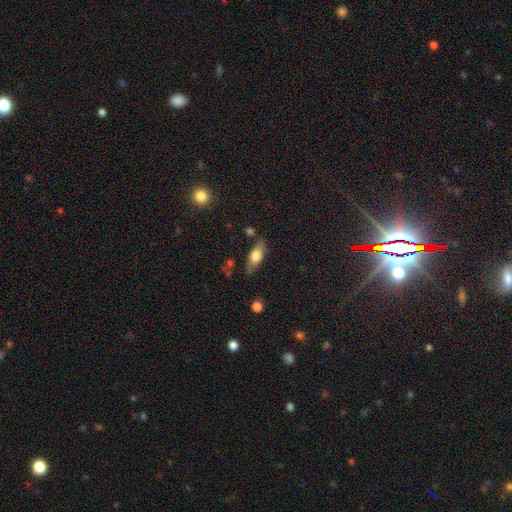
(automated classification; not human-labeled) Morphology: type=smooth (65%); roundness=in between (71%); merging=none (72%).